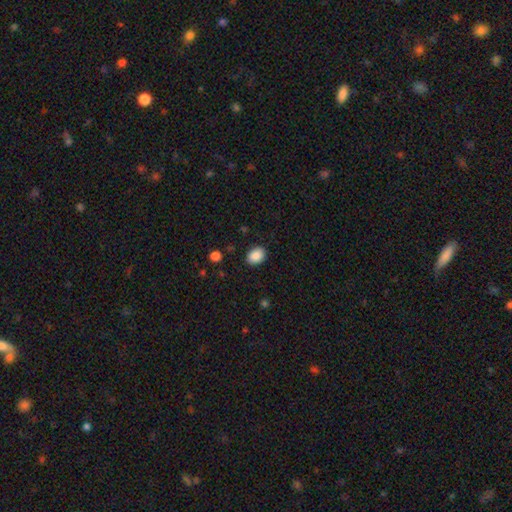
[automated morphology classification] Q: Smooth or featured?
A: smooth (89%); runner-up: star or artifact (8%)
Q: How rounded?
A: in between (67%); runner-up: round (32%)
Q: Merging?
A: none (88%); runner-up: minor disturbance (9%)